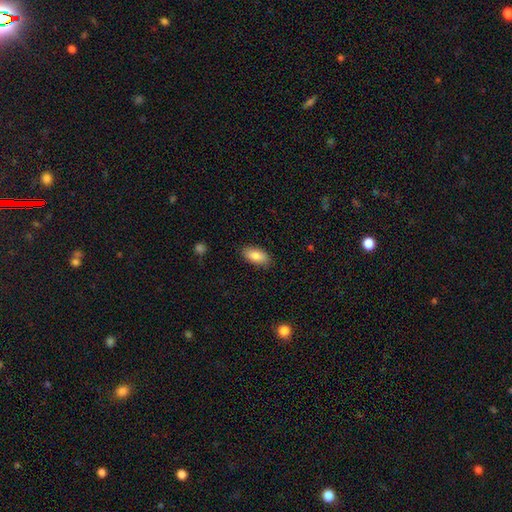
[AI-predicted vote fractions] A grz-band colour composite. It shows a smooth galaxy with no disk features (85%) that is in between round and cigar-shaped (91%). Merging: none (87%).